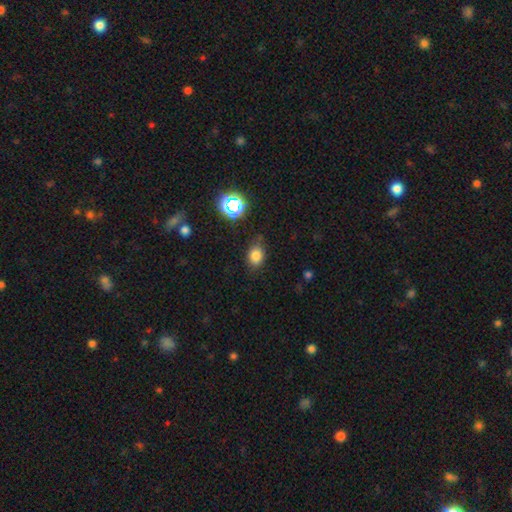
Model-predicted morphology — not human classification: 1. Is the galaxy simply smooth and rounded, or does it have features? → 77% smooth, 16% star or artifact, 7% featured or disk.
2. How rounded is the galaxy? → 62% in between, 37% round, 1% cigar-shaped.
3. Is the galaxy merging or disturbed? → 74% none, 19% minor disturbance, 4% major disturbance, 3% merger.